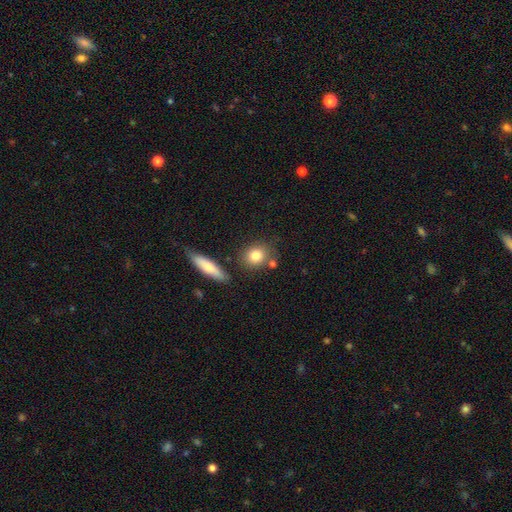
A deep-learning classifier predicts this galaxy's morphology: Q: Smooth or featured?
A: smooth (81%); runner-up: featured or disk (11%)
Q: How rounded?
A: round (60%); runner-up: in between (36%)
Q: Merging?
A: none (73%); runner-up: minor disturbance (12%)